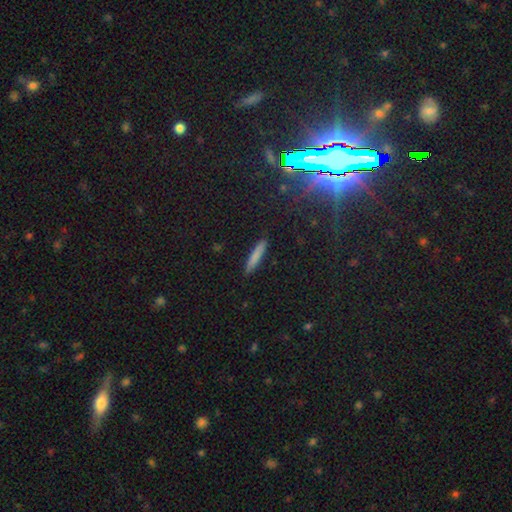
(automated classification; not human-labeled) smooth 80%, featured or disk 13%, star or artifact 7%. Down the decision tree: how rounded — cigar-shaped (92%); merging — none (91%).